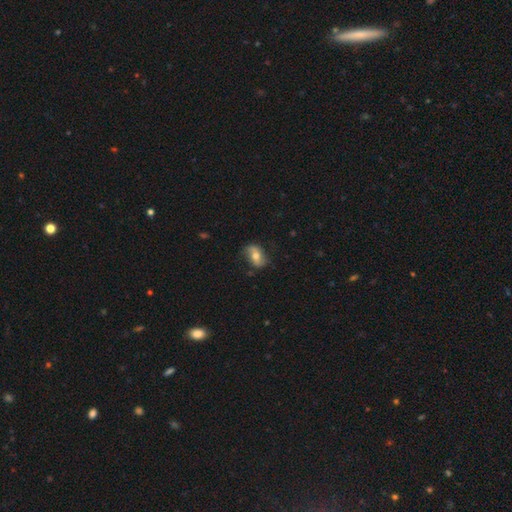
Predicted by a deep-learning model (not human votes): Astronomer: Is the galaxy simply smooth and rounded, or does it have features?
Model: featured or disk — 49% (runner-up: smooth, 43%).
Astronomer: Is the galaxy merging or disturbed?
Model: none — 75%.